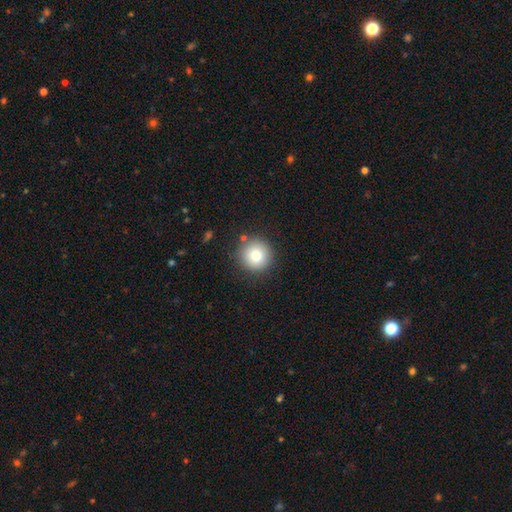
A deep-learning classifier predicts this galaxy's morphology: smooth_or_featured: smooth (p=0.81) [alt: star or artifact p=0.10]
how_rounded: round (p=0.95) [alt: in between p=0.04]
merging: none (p=0.86) [alt: minor disturbance p=0.08]